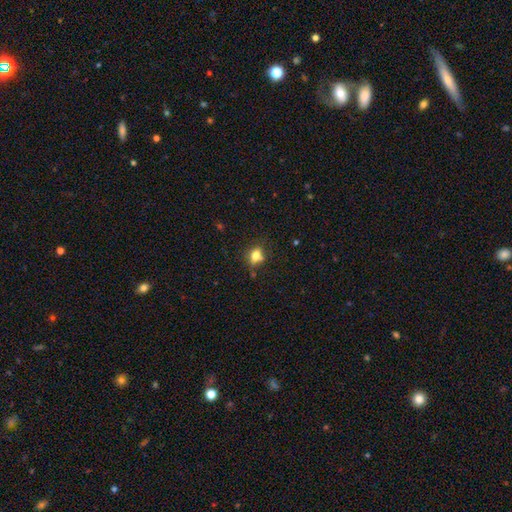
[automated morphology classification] smooth_or_featured: smooth (p=0.74) [alt: featured or disk p=0.14]
how_rounded: in between (p=0.60) [alt: round p=0.36]
merging: none (p=0.63) [alt: minor disturbance p=0.20]